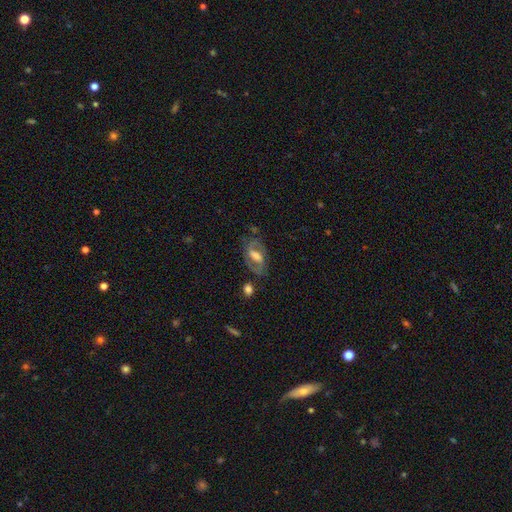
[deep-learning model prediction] smooth_or_featured: featured or disk (p=0.70) [alt: smooth p=0.23]
disk_edge_on: no (p=0.93) [alt: yes p=0.07]
bar: weak (p=0.42) [alt: strong p=0.34]
has_spiral_arms: yes (p=0.78) [alt: no p=0.22]
spiral_winding: medium (p=0.50) [alt: tight p=0.28]
spiral_arm_count: 2 (p=0.82) [alt: can't tell p=0.10]
bulge_size: moderate (p=0.37) [alt: large p=0.36]
merging: none (p=0.66) [alt: minor disturbance p=0.19]